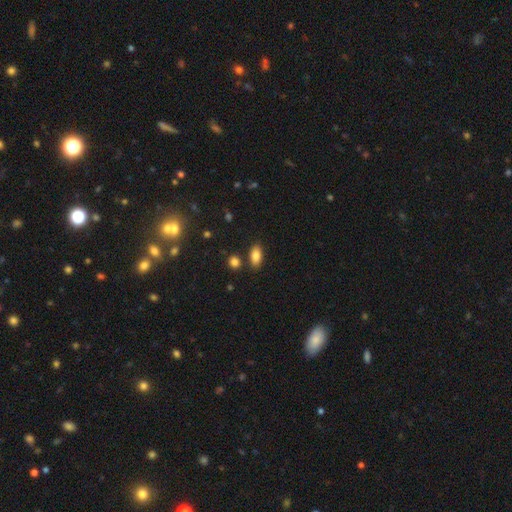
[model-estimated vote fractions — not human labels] Overall: smooth (83%). How rounded: in between (89%). Merging: none (82%).